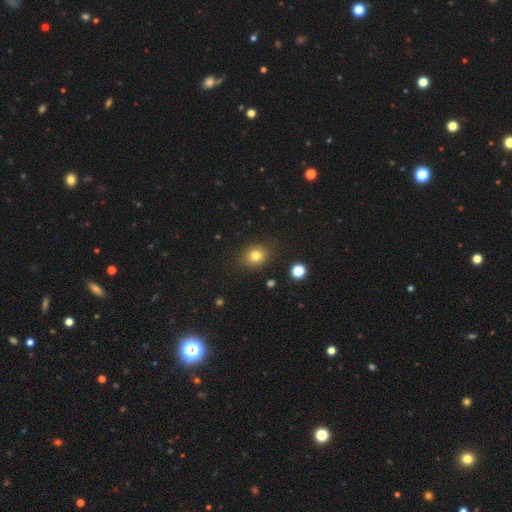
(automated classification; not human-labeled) smooth 80%, star or artifact 13%, featured or disk 8%. Down the decision tree: how rounded — round (63%); merging — none (86%).